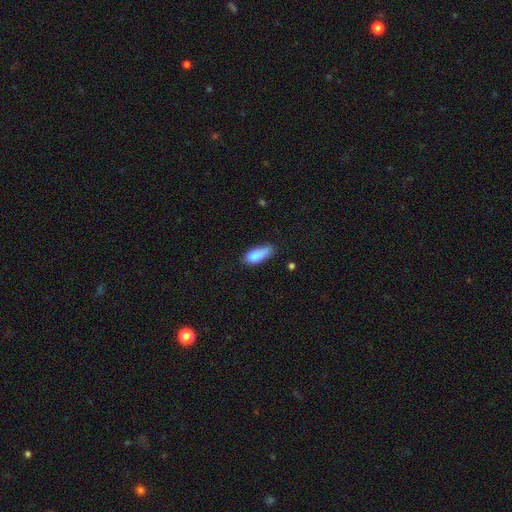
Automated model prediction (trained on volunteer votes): This is likely a smooth galaxy (80%). How rounded: likely in between (74%). Merging: marginally none (41%).